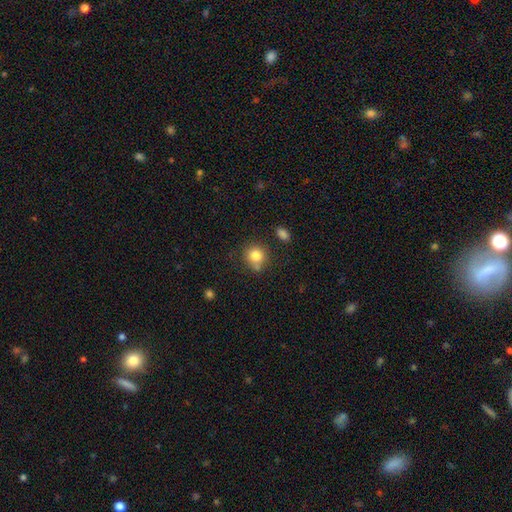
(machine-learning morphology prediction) The model was most divided on "merging": none: 67%, minor disturbance: 14%, merger: 14%, major disturbance: 4%. More confident: how rounded — round (86%); smooth or featured — smooth (82%).